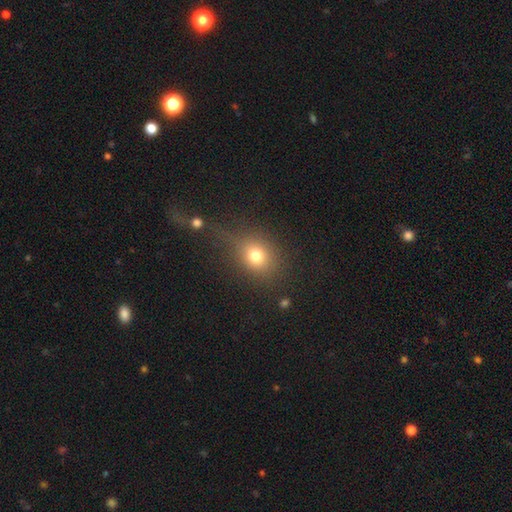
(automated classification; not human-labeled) smooth-or-featured: smooth: 75% | star or artifact: 15% | featured or disk: 10%
  how-rounded: round: 63% | in between: 35% | cigar-shaped: 2%
  merging: none: 62% | minor disturbance: 17% | major disturbance: 14% | merger: 7%